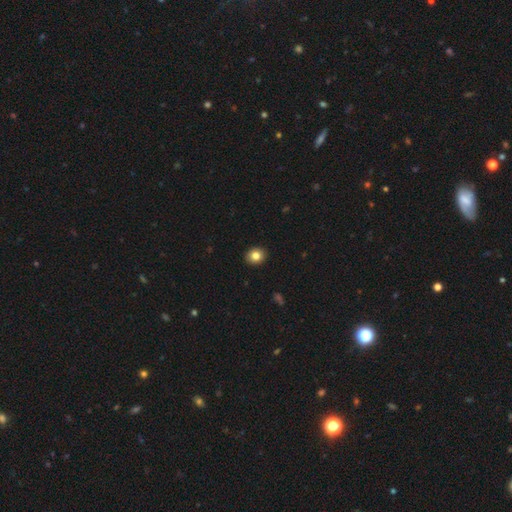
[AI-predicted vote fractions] smooth_or_featured: smooth (p=0.83) [alt: star or artifact p=0.09]
how_rounded: round (p=0.65) [alt: in between p=0.34]
merging: none (p=0.92) [alt: minor disturbance p=0.06]